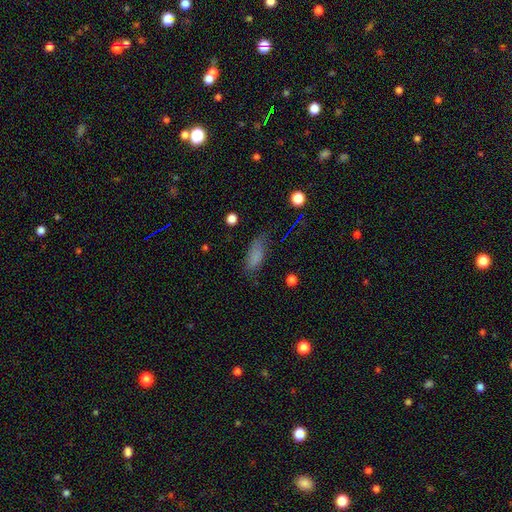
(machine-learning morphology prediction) smooth_or_featured: smooth (p=0.78) [alt: star or artifact p=0.12]
how_rounded: in between (p=0.75) [alt: cigar-shaped p=0.21]
merging: none (p=0.62) [alt: minor disturbance p=0.26]